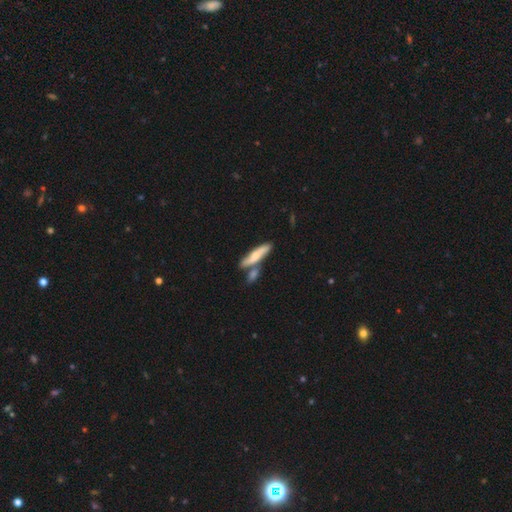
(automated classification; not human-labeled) Q: Smooth or featured?
A: smooth (55%); runner-up: featured or disk (39%)
Q: How rounded?
A: cigar-shaped (78%); runner-up: in between (20%)
Q: Merging?
A: none (55%); runner-up: merger (27%)